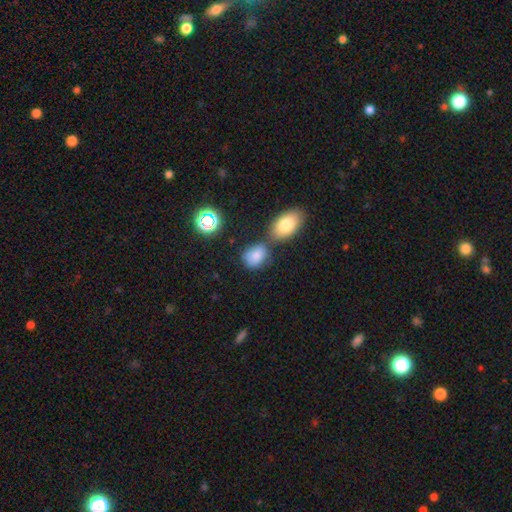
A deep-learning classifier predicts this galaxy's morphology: smooth 77%, star or artifact 14%, featured or disk 9%. Down the decision tree: how rounded — in between (64%); merging — none (50%).